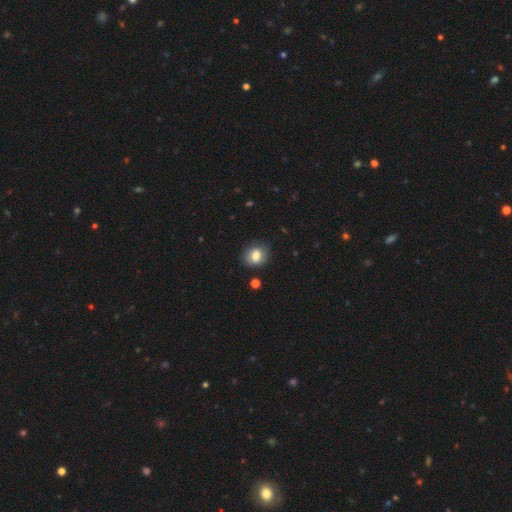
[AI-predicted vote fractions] The model was most divided on "how rounded": round: 56%, in between: 43%, cigar-shaped: 1%. More confident: smooth or featured — smooth (80%); merging — none (79%).